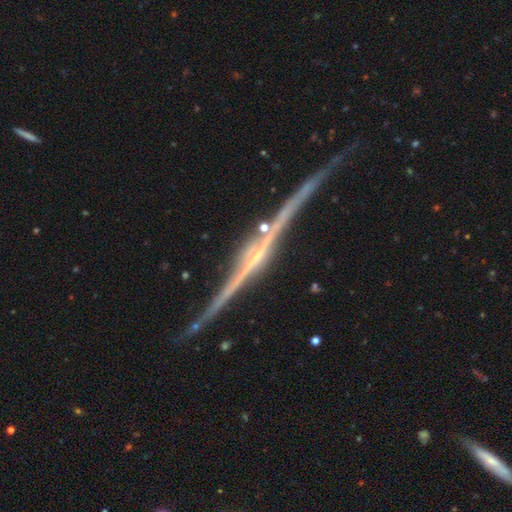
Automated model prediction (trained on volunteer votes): smooth-or-featured: featured or disk: 90% | star or artifact: 6% | smooth: 5%
  disk-edge-on: yes: 98% | no: 2%
    edge-on-bulge: rounded: 54% | none: 25% | boxy: 21%
  merging: none: 80% | minor disturbance: 13% | merger: 3% | major disturbance: 3%